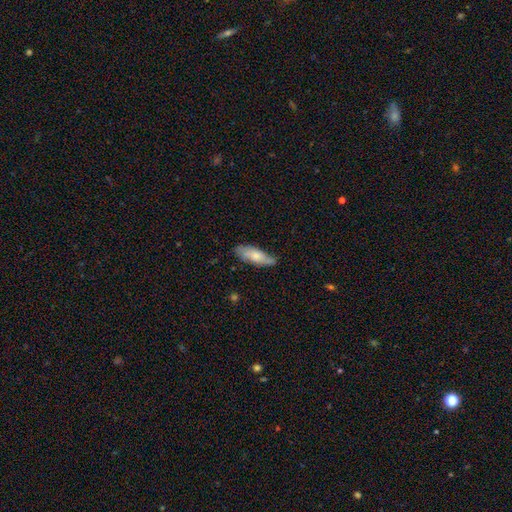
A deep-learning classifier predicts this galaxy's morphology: The model was most divided on "how rounded": in between: 57%, cigar-shaped: 41%, round: 2%. More confident: merging — none (70%); smooth or featured — smooth (64%).